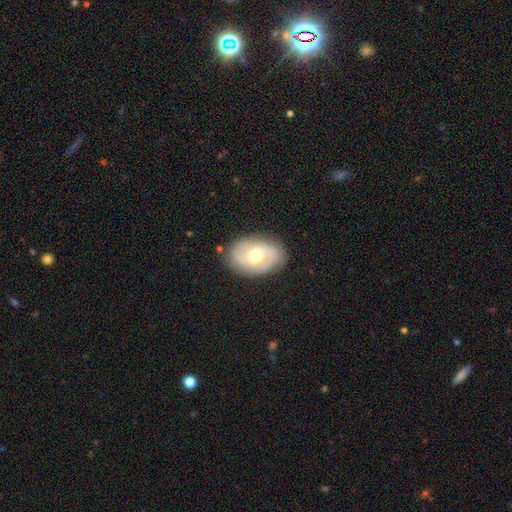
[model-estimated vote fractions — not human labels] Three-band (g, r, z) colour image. It shows a featured or disk galaxy (73%) with a weak bar (46%), 2 (82%) medium (46%) spiral arms (86%) and a moderate central bulge (72%). Merging: none (83%).